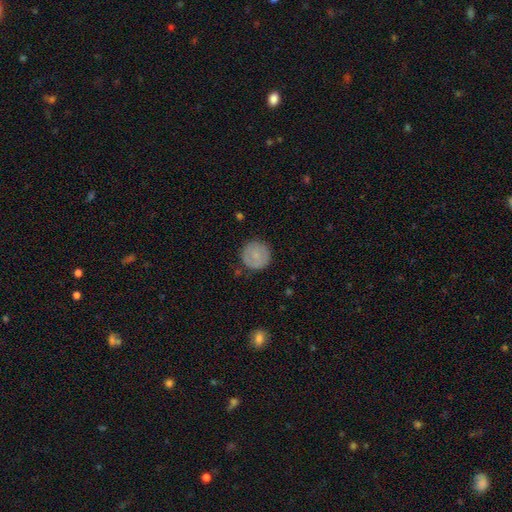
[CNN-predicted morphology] A smooth galaxy with no disk features (76%) that is round (95%). Merging: none (87%).